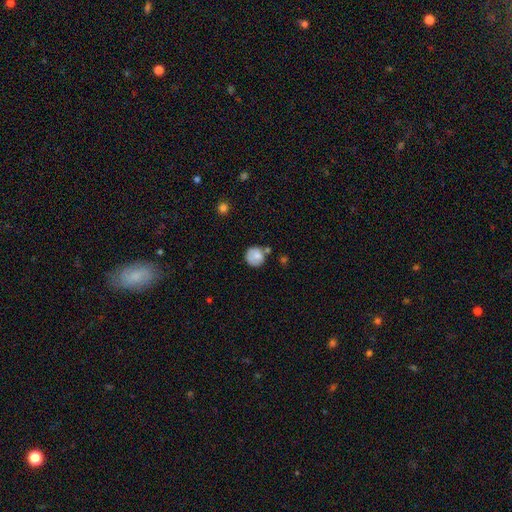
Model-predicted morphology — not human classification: smooth_or_featured: smooth (p=0.78) [alt: featured or disk p=0.14]
how_rounded: round (p=0.88) [alt: in between p=0.11]
merging: none (p=0.63) [alt: minor disturbance p=0.19]